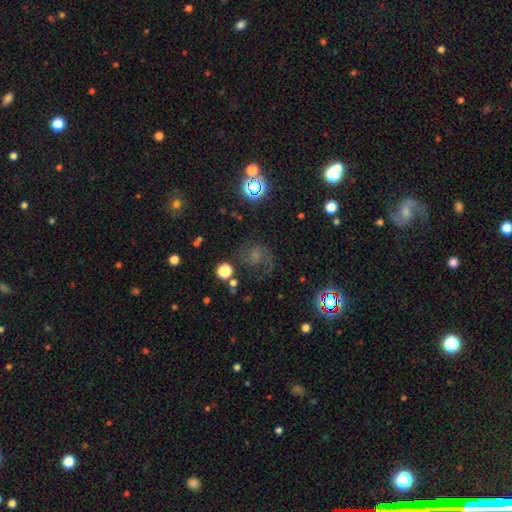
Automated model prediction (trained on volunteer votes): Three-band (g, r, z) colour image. It shows a featured or disk galaxy (53%) with no bar (62%), spiral arms (89%) and a small central bulge (42%). Merging: none (60%).